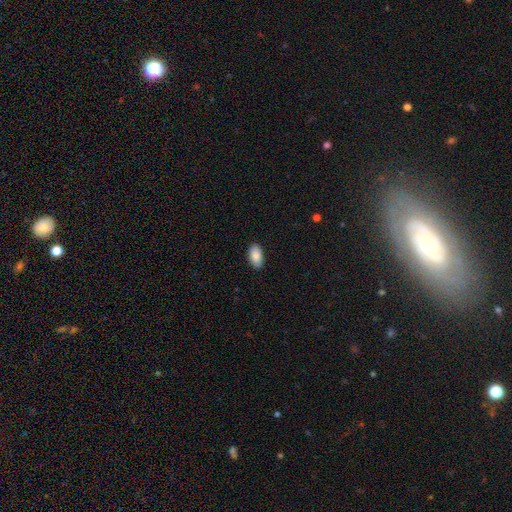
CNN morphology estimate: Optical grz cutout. It shows a smooth galaxy with no disk features (89%) that is in between round and cigar-shaped (95%). Merging: none (88%).